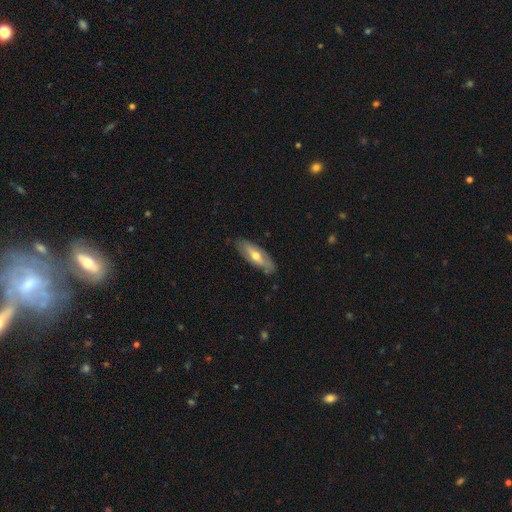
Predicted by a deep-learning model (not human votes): This is possibly a featured or disk galaxy (53%). It is possibly not viewed edge-on (60%). Merging: clearly none (80%).